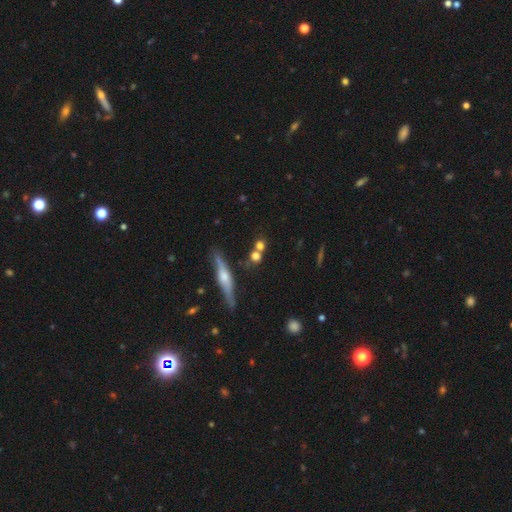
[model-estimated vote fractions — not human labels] This is likely a smooth galaxy (63%). How rounded: likely round (71%). Merging: likely none (60%).